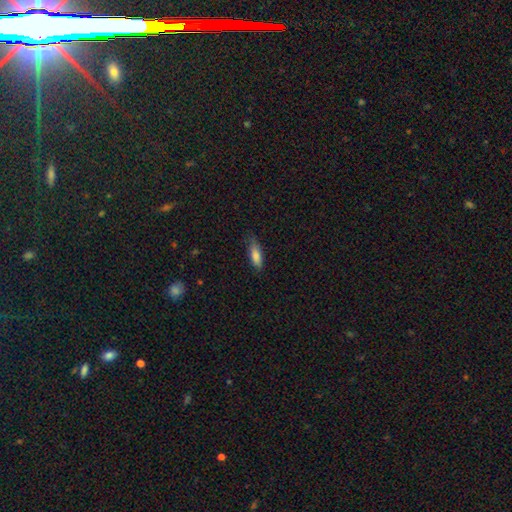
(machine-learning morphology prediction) This is clearly a smooth galaxy (81%). How rounded: possibly in between (60%). Merging: likely none (72%).